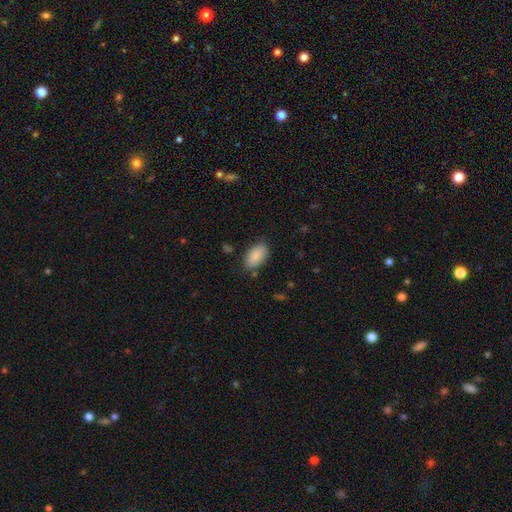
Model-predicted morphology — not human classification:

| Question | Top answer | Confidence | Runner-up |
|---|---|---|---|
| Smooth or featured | smooth | 86% | featured or disk (8%) |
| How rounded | in between | 94% | round (4%) |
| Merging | none | 79% | minor disturbance (15%) |